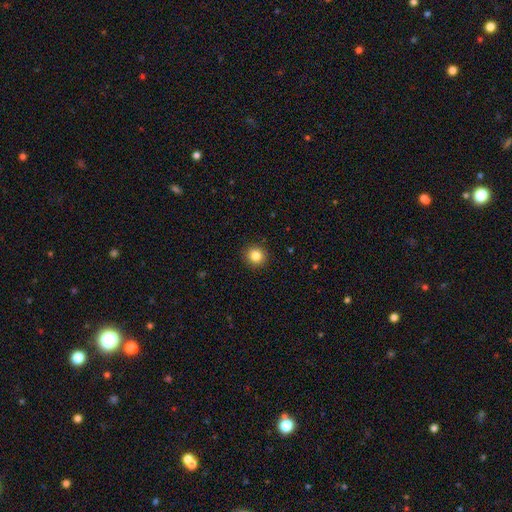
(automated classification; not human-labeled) smooth-or-featured: smooth: 84% | star or artifact: 11% | featured or disk: 5%
  how-rounded: round: 93% | in between: 6% | cigar-shaped: 1%
  merging: none: 92% | minor disturbance: 5% | major disturbance: 2% | merger: 1%